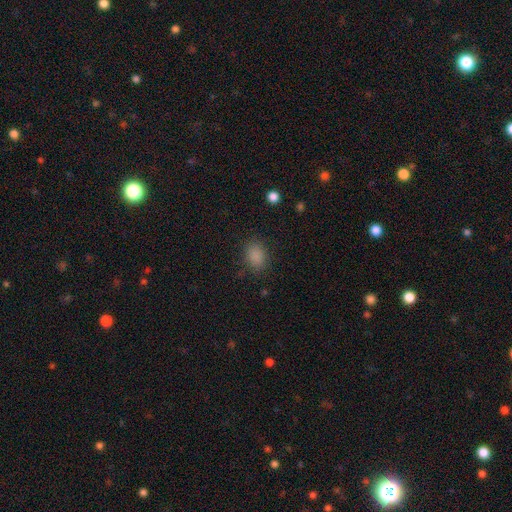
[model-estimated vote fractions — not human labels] Q: Smooth or featured?
A: smooth (85%); runner-up: star or artifact (11%)
Q: How rounded?
A: in between (68%); runner-up: round (31%)
Q: Merging?
A: none (83%); runner-up: minor disturbance (12%)